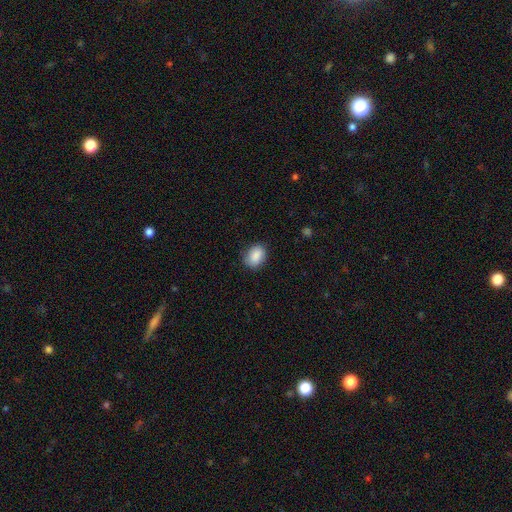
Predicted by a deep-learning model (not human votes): A smooth galaxy with no disk features (87%) that is in between round and cigar-shaped (67%). Merging: none (79%).